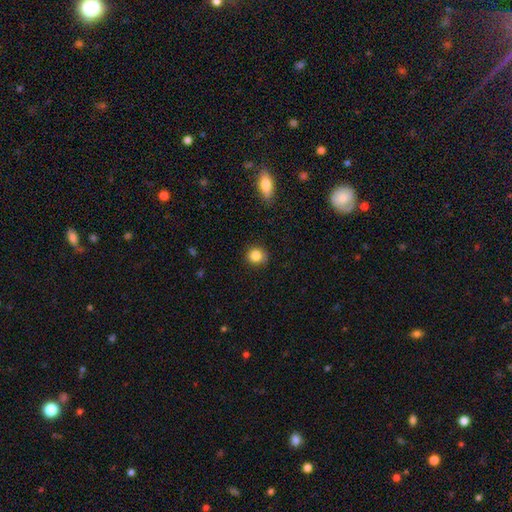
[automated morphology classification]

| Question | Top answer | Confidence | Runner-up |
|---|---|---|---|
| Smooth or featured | smooth | 85% | star or artifact (10%) |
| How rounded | round | 89% | in between (10%) |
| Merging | none | 86% | minor disturbance (10%) |